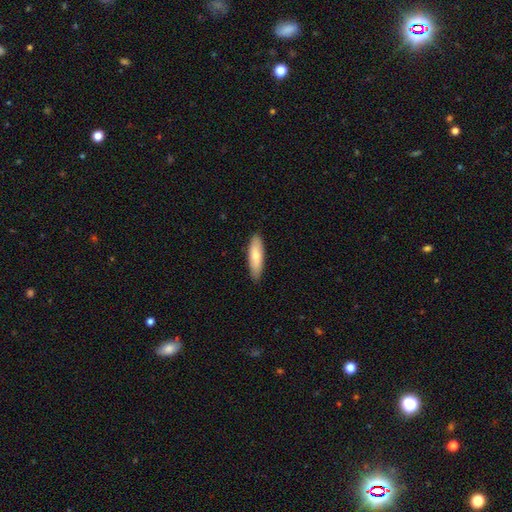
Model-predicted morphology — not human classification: Overall: smooth (74%). How rounded: cigar-shaped (55%; in between 43%). Merging: none (88%).